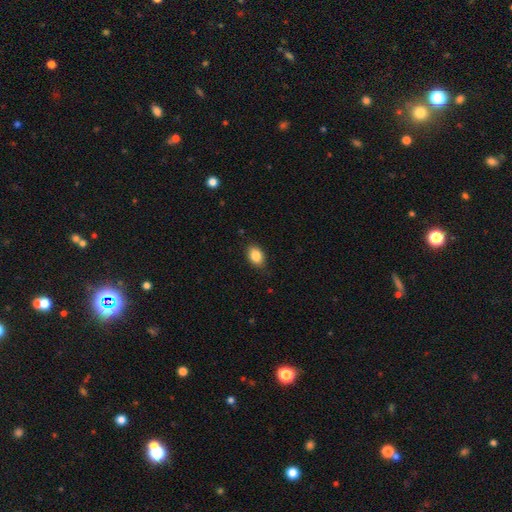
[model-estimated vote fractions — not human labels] smooth 86%, star or artifact 8%, featured or disk 6%. Down the decision tree: how rounded — in between (81%); merging — none (82%).